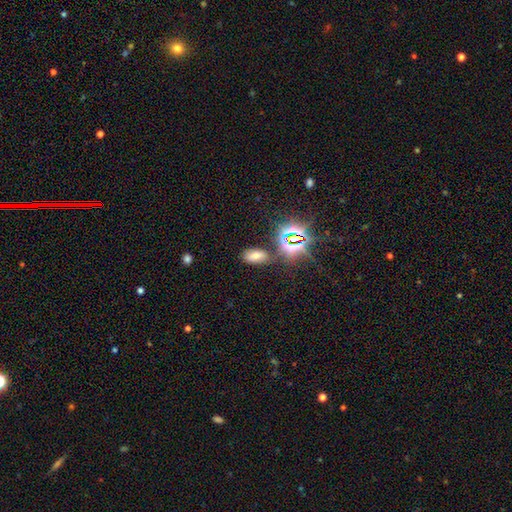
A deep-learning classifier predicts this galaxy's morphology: A smooth galaxy with no disk features (61%) that is in between round and cigar-shaped (90%).

Vote fractions:
- Smooth or featured? smooth: 61% / star or artifact: 31% / featured or disk: 9%
- How rounded? in between: 90% / round: 6% / cigar-shaped: 4%
- Merging? none: 80% / minor disturbance: 11% / merger: 5% / major disturbance: 4%